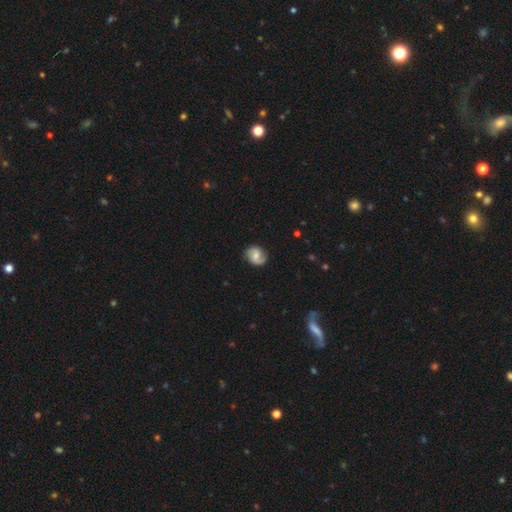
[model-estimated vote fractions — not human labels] smooth_or_featured: featured or disk (p=0.63) [alt: smooth p=0.30]
disk_edge_on: no (p=0.98) [alt: yes p=0.02]
bar: weak (p=0.47) [alt: no p=0.43]
has_spiral_arms: yes (p=0.92) [alt: no p=0.08]
spiral_winding: medium (p=0.45) [alt: loose p=0.28]
spiral_arm_count: 2 (p=0.85) [alt: can't tell p=0.06]
bulge_size: moderate (p=0.51) [alt: small p=0.36]
merging: none (p=0.80) [alt: minor disturbance p=0.15]